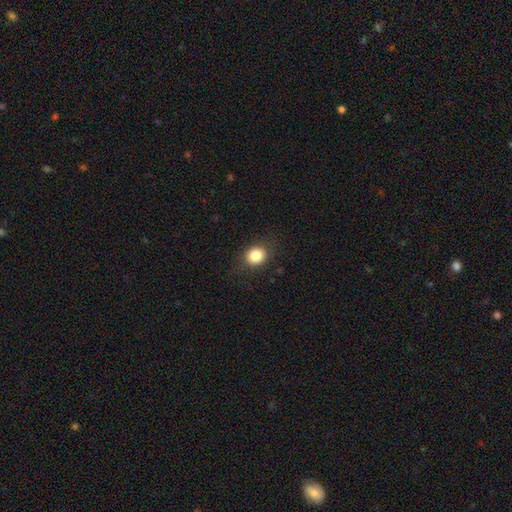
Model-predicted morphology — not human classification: type=smooth (84%); roundness=round (71%); merging=none (84%).